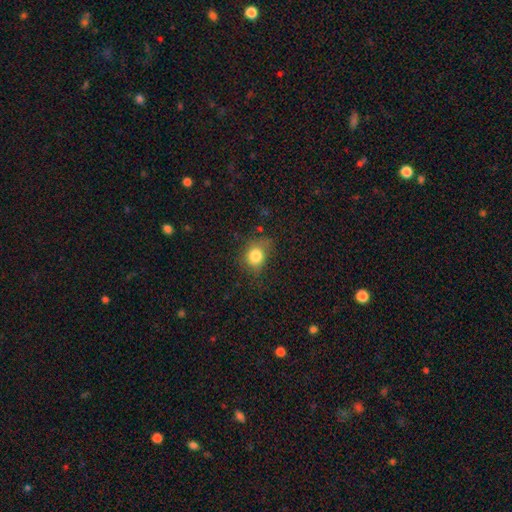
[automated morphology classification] A smooth galaxy with no disk features (81%) that is round (62%). Merging: none (62%).